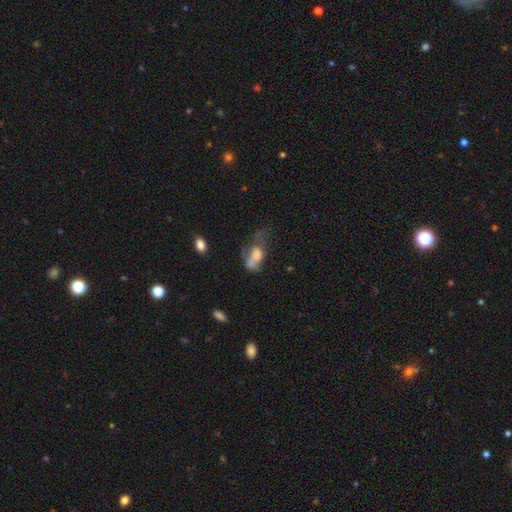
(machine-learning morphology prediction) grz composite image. It shows a smooth galaxy with no disk features (62%) that is in between round and cigar-shaped (82%). Merging: major disturbance (38%).